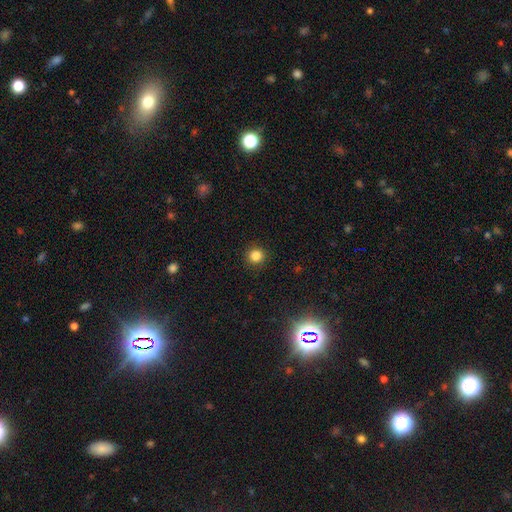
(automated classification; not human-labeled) Smooth or featured?
  - smooth: 84% *
  - star or artifact: 12%
  - featured or disk: 4%
How rounded?
  - round: 93% *
  - in between: 6%
  - cigar-shaped: 1%
Merging?
  - none: 92% *
  - minor disturbance: 5%
  - major disturbance: 2%
  - merger: 1%